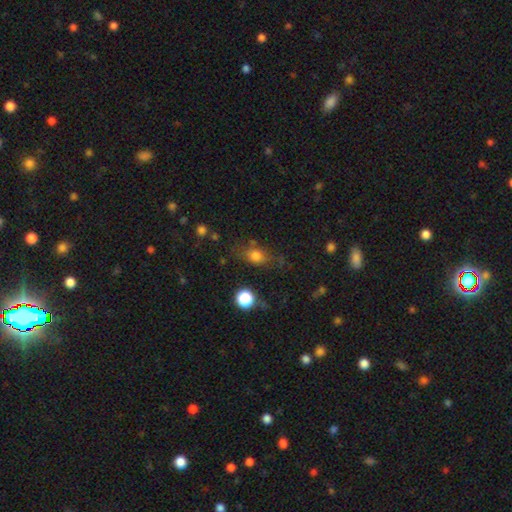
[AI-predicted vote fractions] smooth 73%, star or artifact 15%, featured or disk 12%. Down the decision tree: how rounded — in between (59%); merging — none (63%).